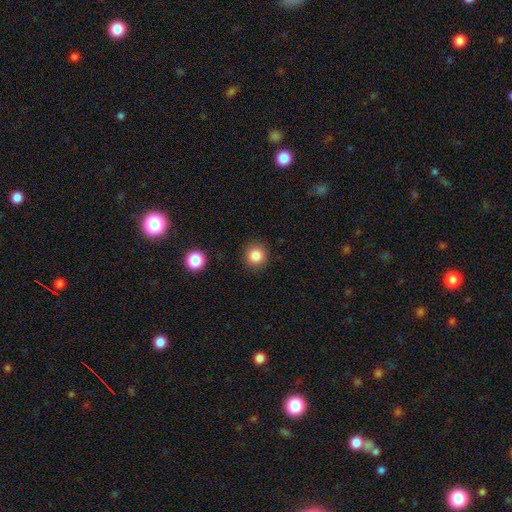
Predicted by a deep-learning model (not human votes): smooth 84%, star or artifact 11%, featured or disk 5%. Down the decision tree: how rounded — round (90%); merging — none (89%).